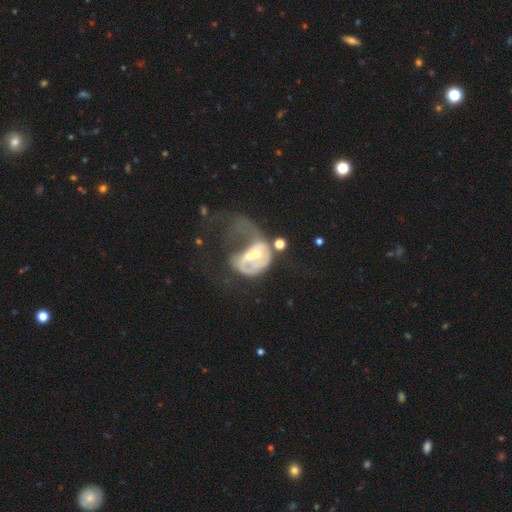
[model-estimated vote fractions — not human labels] This appears to be a featured or disk galaxy (64%) with no bar (76%), no spiral arms (59%) and a moderate central bulge (58%). Merging: merger (49%).